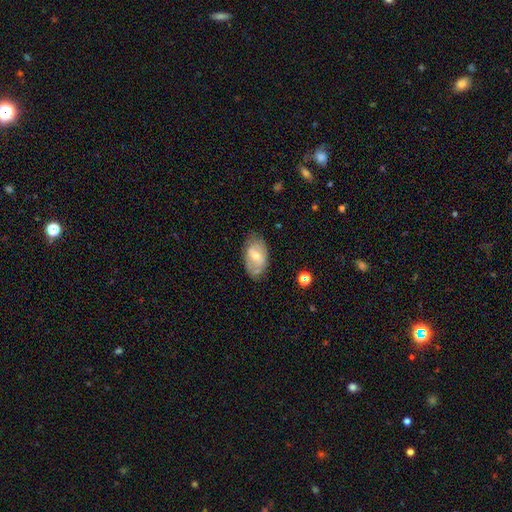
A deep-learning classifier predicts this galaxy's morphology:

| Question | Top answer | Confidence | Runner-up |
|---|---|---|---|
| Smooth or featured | featured or disk | 50% | smooth (43%) |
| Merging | none | 68% | minor disturbance (23%) |